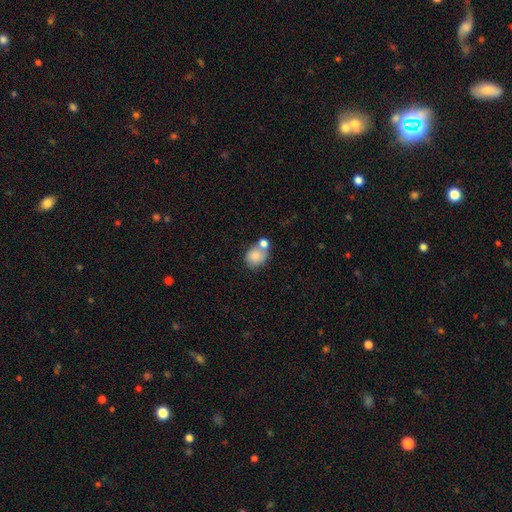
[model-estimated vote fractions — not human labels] Overall: smooth (82%). How rounded: round (66%; in between 32%). Merging: merger (42%; none 40%).